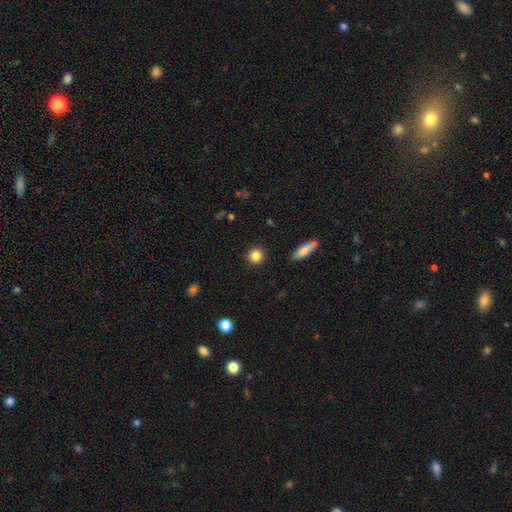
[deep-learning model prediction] The model was most divided on "smooth or featured": smooth: 84%, star or artifact: 10%, featured or disk: 6%. More confident: how rounded — round (92%); merging — none (91%).